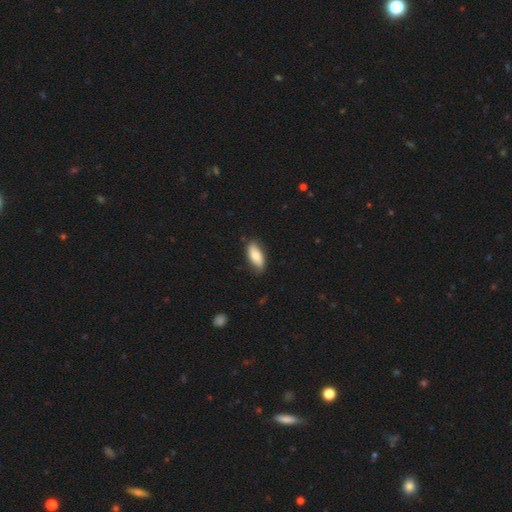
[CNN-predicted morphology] Q: Smooth or featured?
A: smooth (76%); runner-up: featured or disk (18%)
Q: How rounded?
A: in between (81%); runner-up: cigar-shaped (16%)
Q: Merging?
A: none (79%); runner-up: minor disturbance (17%)